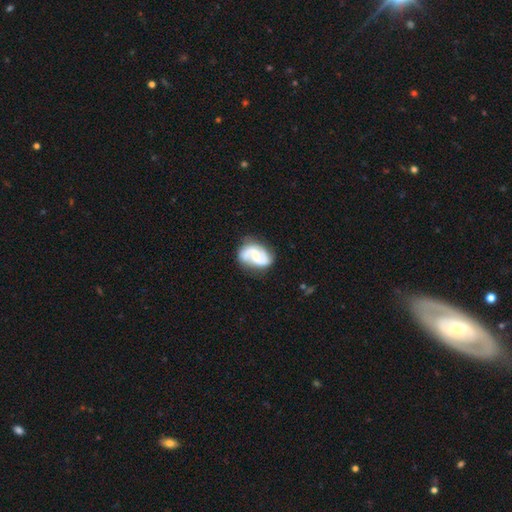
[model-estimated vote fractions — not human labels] Smooth or featured?
  - featured or disk: 82% *
  - smooth: 13%
  - star or artifact: 5%
Edge-on disk?
  - no: 98% *
  - yes: 2%
Bar?
  - weak: 45% *
  - no: 38%
  - strong: 17%
Spiral arms?
  - yes: 96% *
  - no: 4%
Spiral winding?
  - medium: 47% *
  - loose: 33%
  - tight: 19%
Spiral arm count?
  - 2: 91% *
  - can't tell: 3%
  - 1: 2%
  - 3: 2%
  - 4: 1%
  - more than 4: 1%
Bulge size?
  - small: 44% *
  - moderate: 37%
  - none: 13%
  - large: 4%
  - dominant: 1%
Merging?
  - none: 74% *
  - minor disturbance: 18%
  - major disturbance: 6%
  - merger: 2%